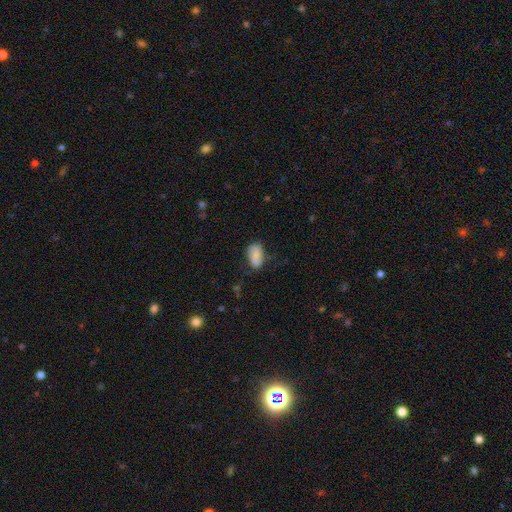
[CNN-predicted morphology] This is clearly a smooth galaxy (82%). How rounded: clearly in between (93%). Merging: likely none (67%).